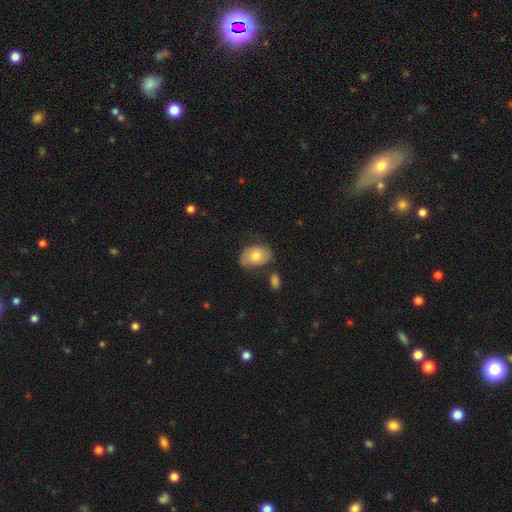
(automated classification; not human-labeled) A smooth galaxy with no disk features (65%) that is in between round and cigar-shaped (83%). Merging: none (62%).